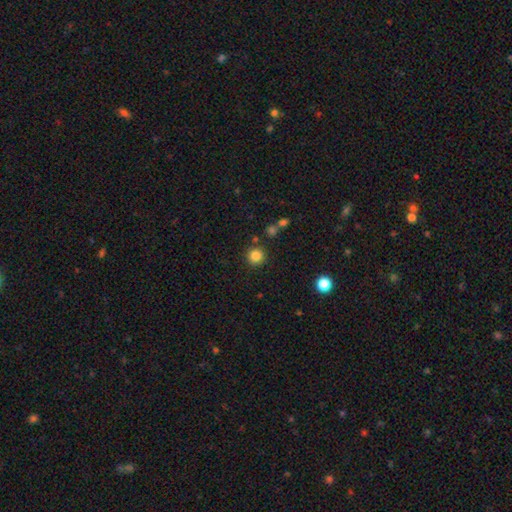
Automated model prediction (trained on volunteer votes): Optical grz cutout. It shows a smooth galaxy with no disk features (83%) that is round (94%). Merging: none (87%).